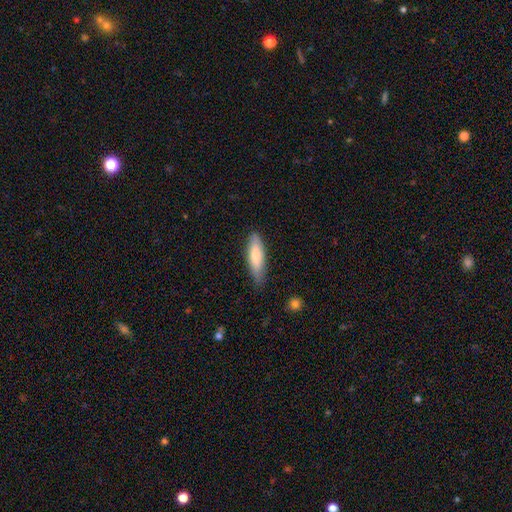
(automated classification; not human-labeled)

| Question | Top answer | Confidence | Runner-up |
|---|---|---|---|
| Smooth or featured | smooth | 72% | featured or disk (22%) |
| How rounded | cigar-shaped | 61% | in between (37%) |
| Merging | none | 81% | minor disturbance (16%) |